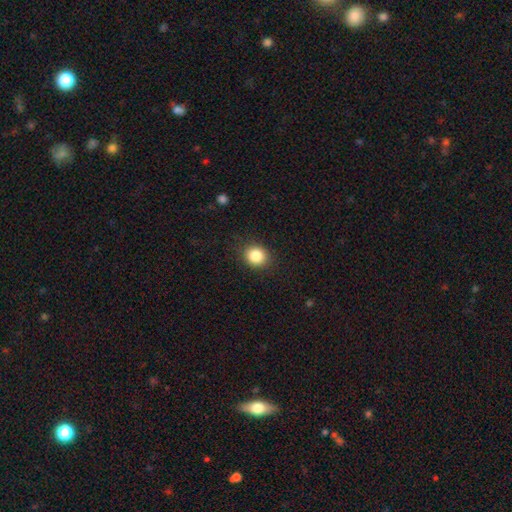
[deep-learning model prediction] This is clearly a smooth galaxy (85%). How rounded: likely round (75%). Merging: clearly none (87%).